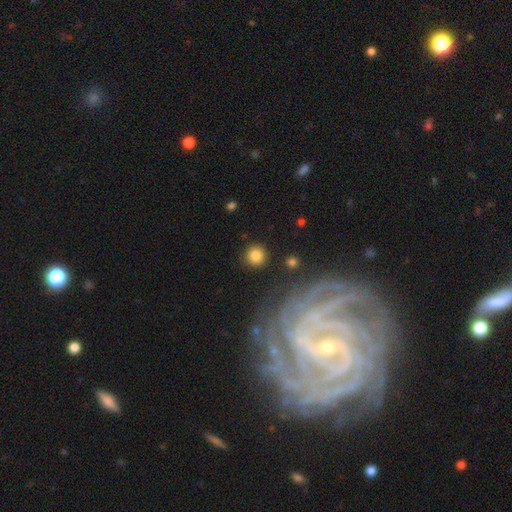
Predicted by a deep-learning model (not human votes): Smooth or featured? smooth (84%)
How rounded? round (94%)
Merging? none (87%)